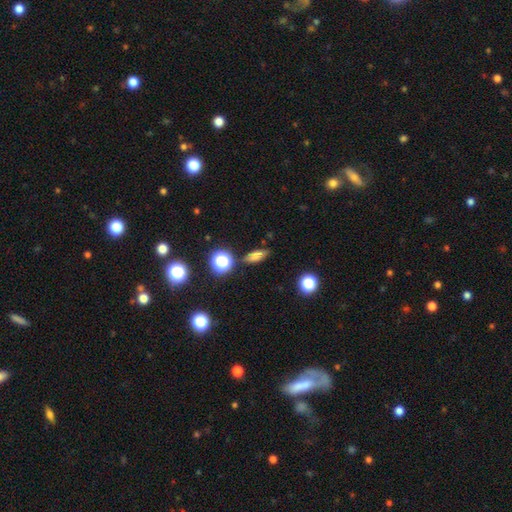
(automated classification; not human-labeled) smooth 70%, star or artifact 16%, featured or disk 14%. Down the decision tree: how rounded — in between (57%); merging — none (80%).